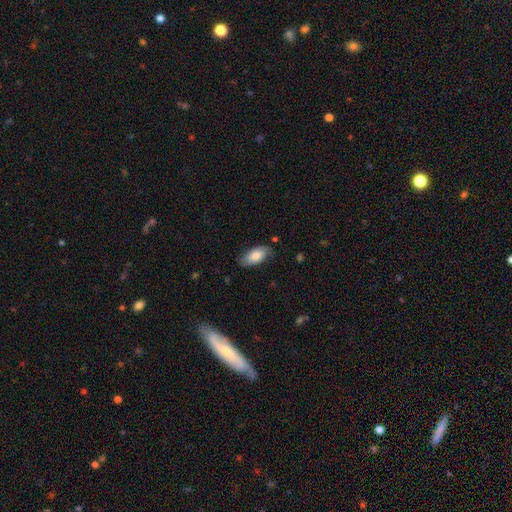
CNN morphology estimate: Smooth or featured? Predicted: smooth (p=0.71). How rounded? Predicted: in between (p=0.92). Merging? Predicted: none (p=0.72).